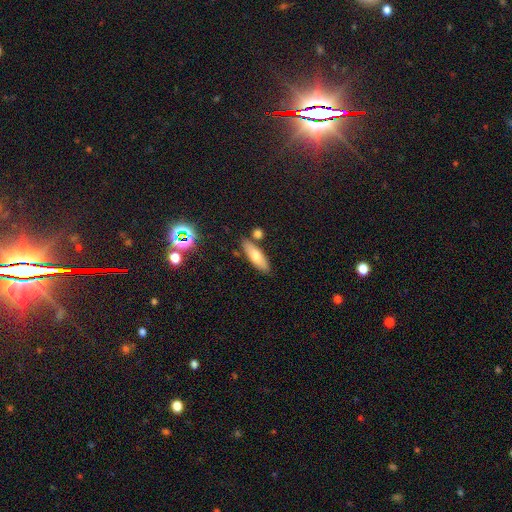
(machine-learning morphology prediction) Smooth or featured?
  - smooth: 67% *
  - featured or disk: 25%
  - star or artifact: 8%
How rounded?
  - in between: 54% *
  - cigar-shaped: 43%
  - round: 3%
Merging?
  - none: 78% *
  - minor disturbance: 11%
  - merger: 8%
  - major disturbance: 3%